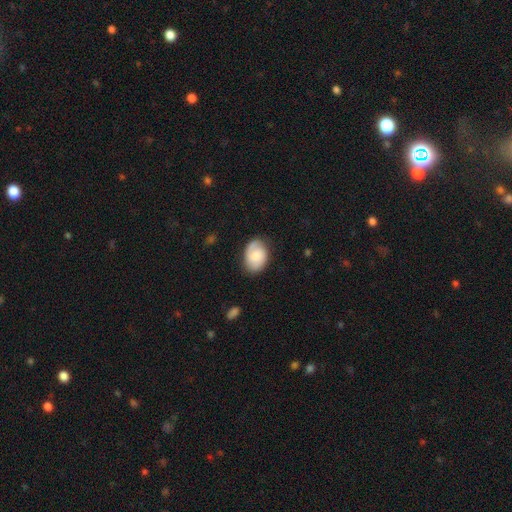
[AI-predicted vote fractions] smooth 52%, featured or disk 41%, star or artifact 7%. Down the decision tree: how rounded — in between (79%); merging — none (74%).